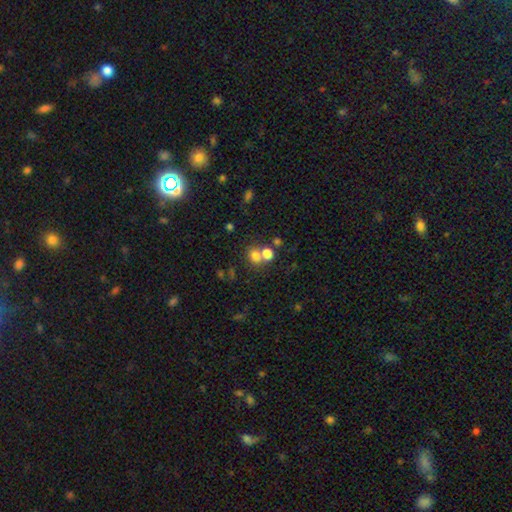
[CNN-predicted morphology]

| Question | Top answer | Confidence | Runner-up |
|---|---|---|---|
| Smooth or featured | smooth | 74% | star or artifact (15%) |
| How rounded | round | 60% | in between (39%) |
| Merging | merger | 45% | none (43%) |